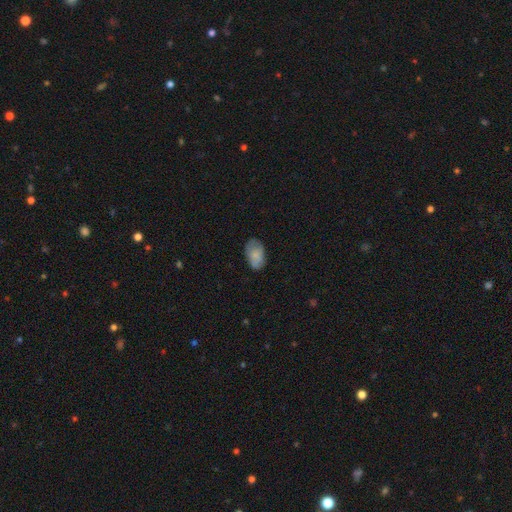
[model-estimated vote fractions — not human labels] smooth-or-featured: smooth: 76% | featured or disk: 17% | star or artifact: 7%
  how-rounded: in between: 91% | round: 7% | cigar-shaped: 1%
  merging: none: 71% | minor disturbance: 22% | major disturbance: 6% | merger: 1%